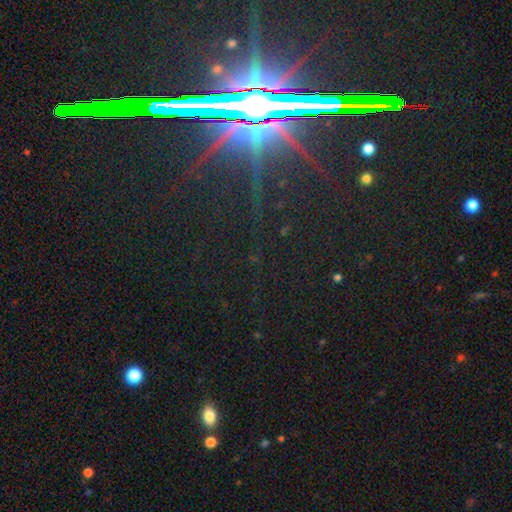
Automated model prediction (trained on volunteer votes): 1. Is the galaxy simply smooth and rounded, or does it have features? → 83% star or artifact, 10% featured or disk, 7% smooth.